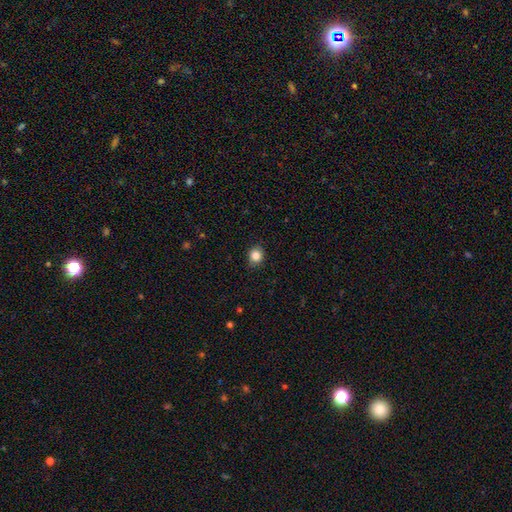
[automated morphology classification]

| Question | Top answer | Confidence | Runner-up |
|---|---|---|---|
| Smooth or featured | smooth | 84% | star or artifact (10%) |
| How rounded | round | 70% | in between (29%) |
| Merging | none | 86% | minor disturbance (11%) |